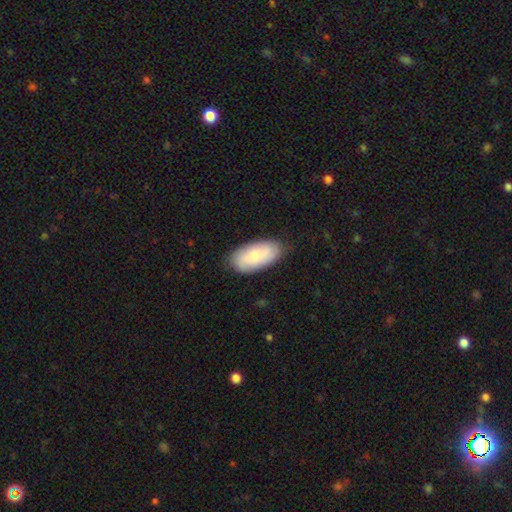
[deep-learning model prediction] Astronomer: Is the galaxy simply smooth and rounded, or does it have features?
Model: smooth — 70%.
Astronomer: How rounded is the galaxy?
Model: in between — 93%.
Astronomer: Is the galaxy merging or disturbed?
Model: none — 82%.